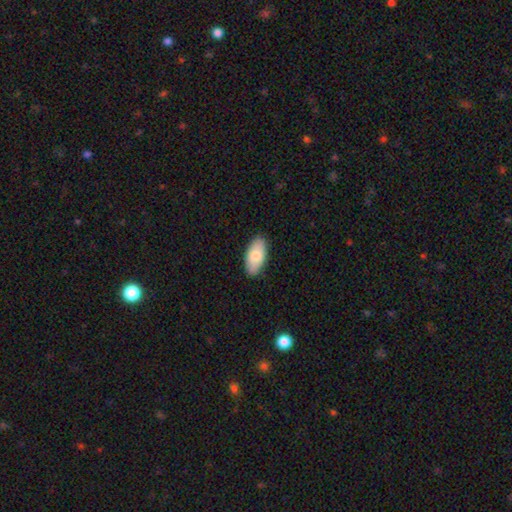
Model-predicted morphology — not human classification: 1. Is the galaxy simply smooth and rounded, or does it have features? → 81% smooth, 14% featured or disk, 6% star or artifact.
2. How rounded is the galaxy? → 92% in between, 6% cigar-shaped, 2% round.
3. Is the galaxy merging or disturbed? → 87% none, 10% minor disturbance, 2% major disturbance, 1% merger.